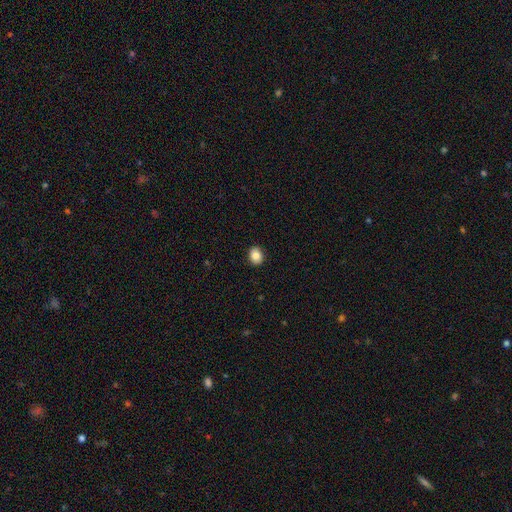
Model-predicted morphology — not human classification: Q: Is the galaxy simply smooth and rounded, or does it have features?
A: smooth — 86%.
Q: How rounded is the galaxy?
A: round — 51%.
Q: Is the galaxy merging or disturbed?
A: none — 91%.